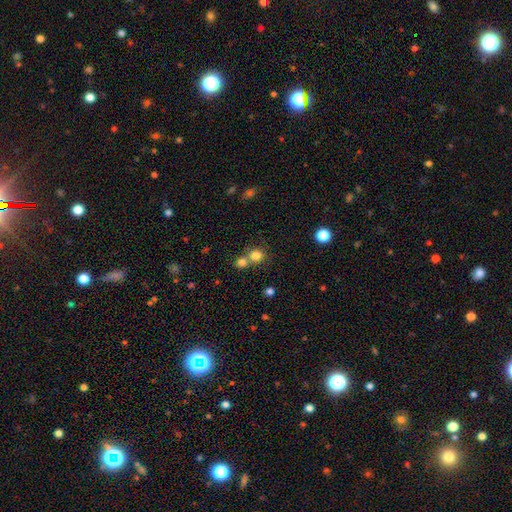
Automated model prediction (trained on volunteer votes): Smooth or featured: smooth — 80% (star or artifact — 13%)
How rounded: round — 86% (in between — 13%)
Merging: none — 50% (merger — 40%)